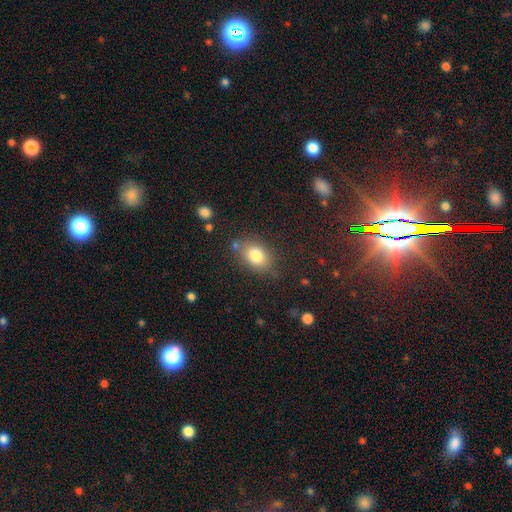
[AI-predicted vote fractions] This is clearly a smooth galaxy (80%). How rounded: likely in between (71%). Merging: likely none (74%).